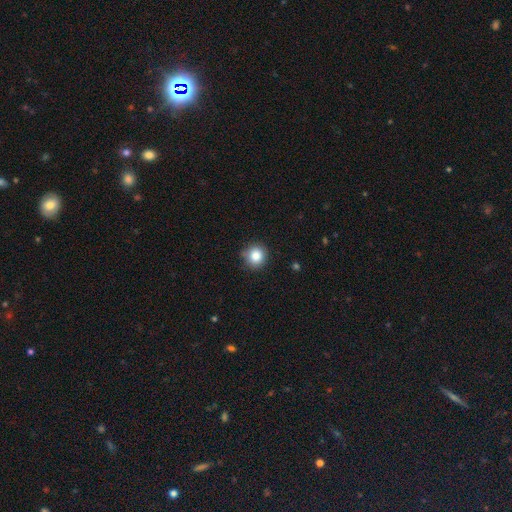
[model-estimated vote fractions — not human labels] Smooth or featured? Predicted: smooth (p=0.85). How rounded? Predicted: round (p=0.92). Merging? Predicted: none (p=0.84).